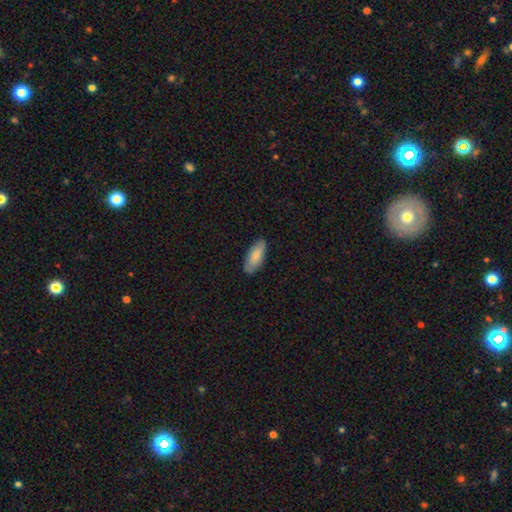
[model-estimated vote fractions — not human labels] Smooth or featured? smooth (81%)
How rounded? in between (82%)
Merging? none (84%)